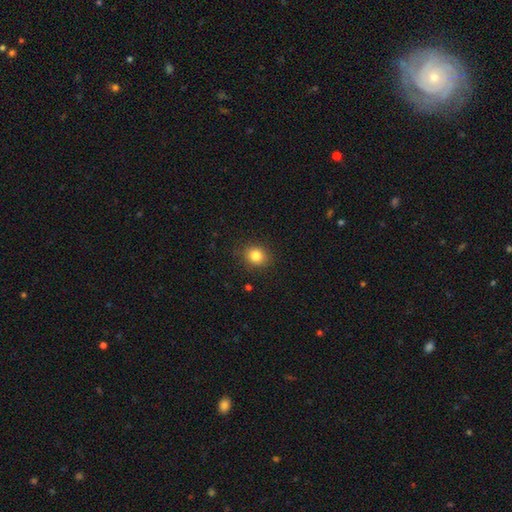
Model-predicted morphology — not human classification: Smooth or featured: smooth — 83% (star or artifact — 11%)
How rounded: round — 73% (in between — 26%)
Merging: none — 88% (minor disturbance — 9%)